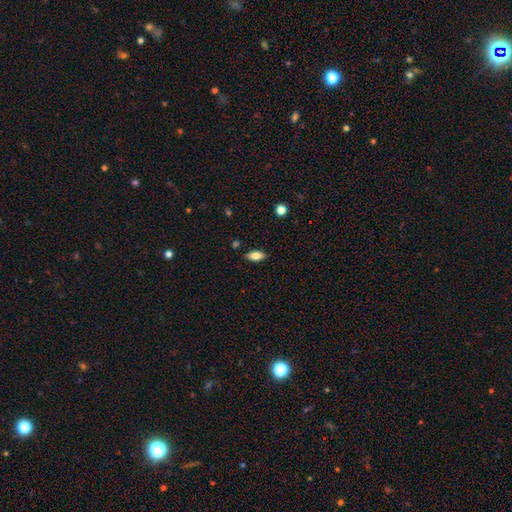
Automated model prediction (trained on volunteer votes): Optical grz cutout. It shows a smooth galaxy with no disk features (74%) that is in between round and cigar-shaped (84%). Merging: none (87%).